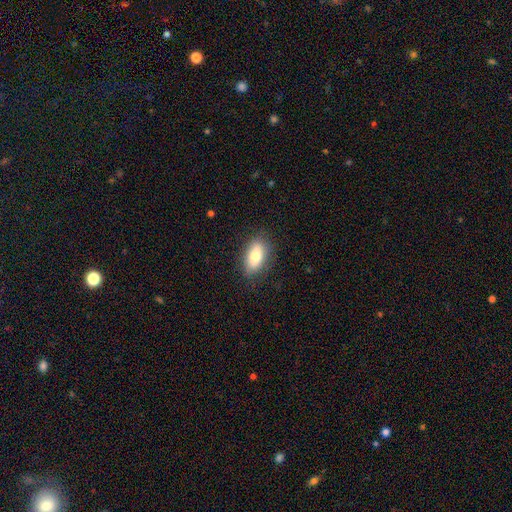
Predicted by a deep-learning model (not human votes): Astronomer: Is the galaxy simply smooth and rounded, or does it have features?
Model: smooth — 79%.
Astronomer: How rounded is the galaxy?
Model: in between — 86%.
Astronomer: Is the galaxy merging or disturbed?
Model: none — 83%.